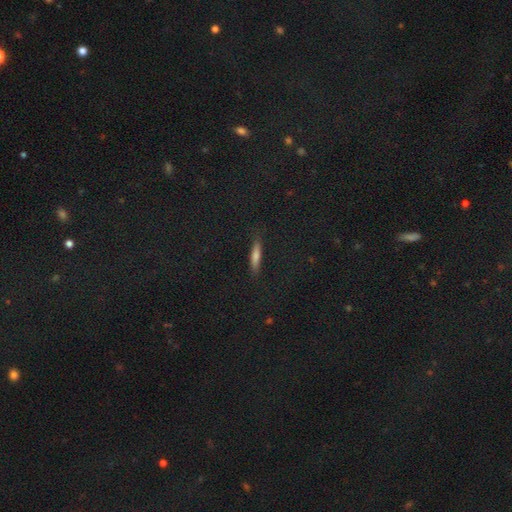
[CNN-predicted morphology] A smooth galaxy with no disk features (67%) that is cigar-shaped (81%).

Vote fractions:
- Smooth or featured? smooth: 67% / featured or disk: 22% / star or artifact: 11%
- How rounded? cigar-shaped: 81% / in between: 16% / round: 3%
- Merging? none: 86% / minor disturbance: 10% / major disturbance: 2% / merger: 1%